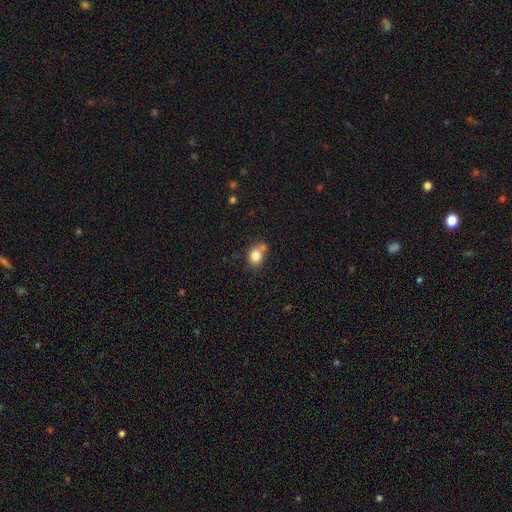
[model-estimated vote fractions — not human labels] smooth_or_featured: smooth (p=0.82) [alt: star or artifact p=0.10]
how_rounded: in between (p=0.50) [alt: round p=0.49]
merging: none (p=0.54) [alt: merger p=0.21]